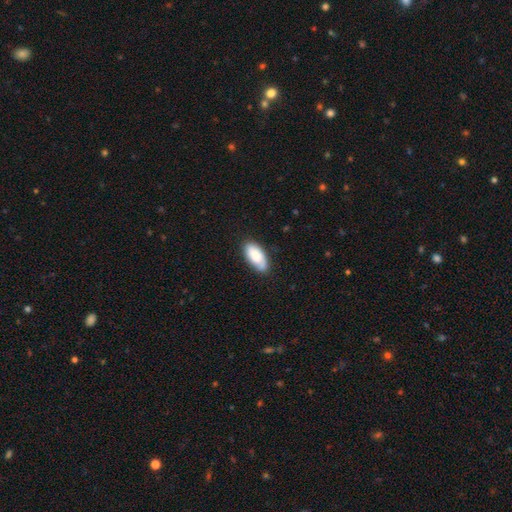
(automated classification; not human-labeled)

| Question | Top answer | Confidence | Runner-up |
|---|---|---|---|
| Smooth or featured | smooth | 79% | featured or disk (15%) |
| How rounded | in between | 90% | cigar-shaped (8%) |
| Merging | none | 79% | minor disturbance (17%) |